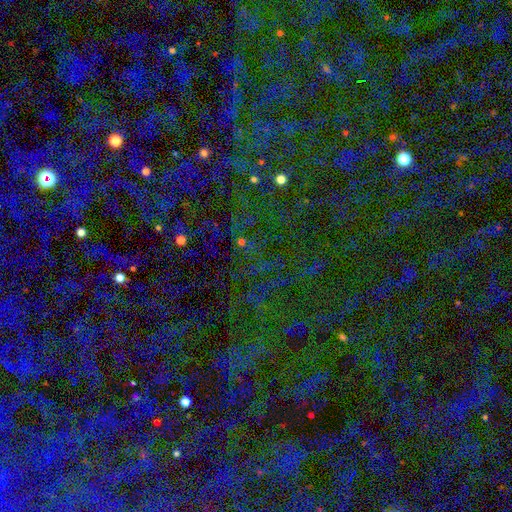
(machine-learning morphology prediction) Smooth or featured: star or artifact — 77% (smooth — 15%)